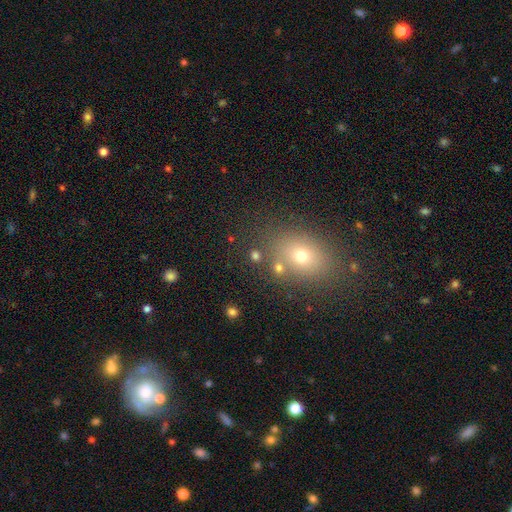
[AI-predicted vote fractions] A smooth galaxy with no disk features (70%) that is round (76%). Merging: none (76%).